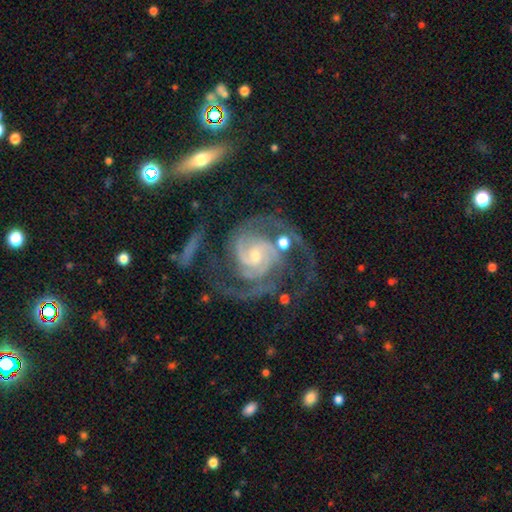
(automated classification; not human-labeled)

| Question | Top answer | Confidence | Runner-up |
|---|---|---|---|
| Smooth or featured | featured or disk | 93% | star or artifact (4%) |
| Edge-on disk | no | 98% | yes (2%) |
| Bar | no | 59% | weak (30%) |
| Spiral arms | yes | 98% | no (2%) |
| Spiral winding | tight | 56% | medium (37%) |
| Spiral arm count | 2 | 48% | 3 (27%) |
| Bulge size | small | 67% | moderate (28%) |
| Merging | none | 54% | major disturbance (19%) |